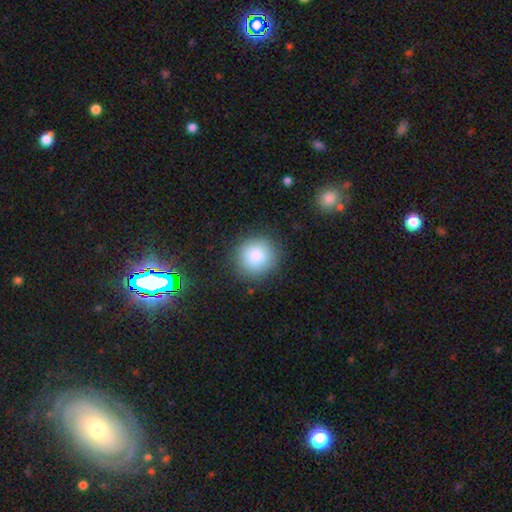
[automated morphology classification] Smooth or featured? smooth (85%)
How rounded? round (90%)
Merging? none (86%)